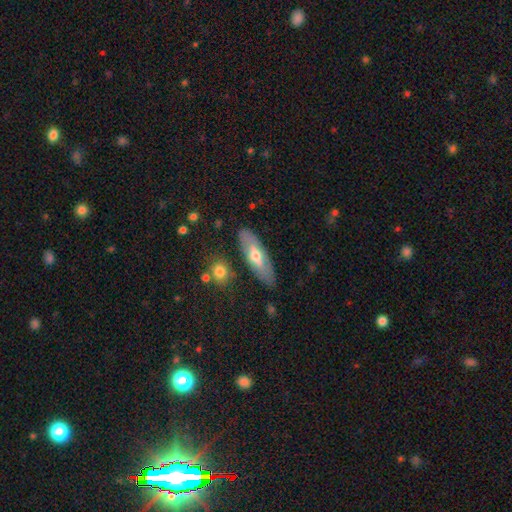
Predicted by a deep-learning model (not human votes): A smooth galaxy with no disk features (49%). Merging: none (82%).